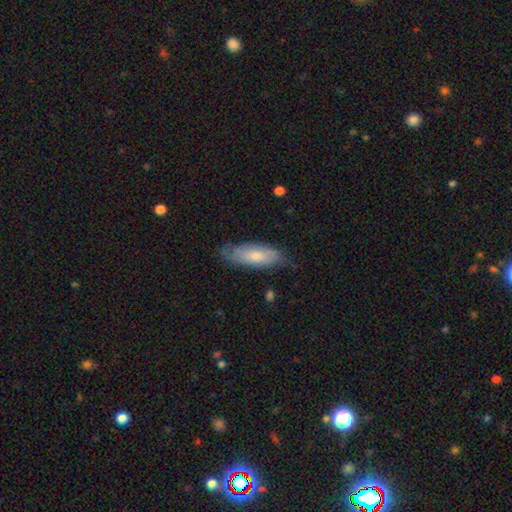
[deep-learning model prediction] Smooth or featured? smooth (64%)
How rounded? in between (66%)
Merging? none (68%)